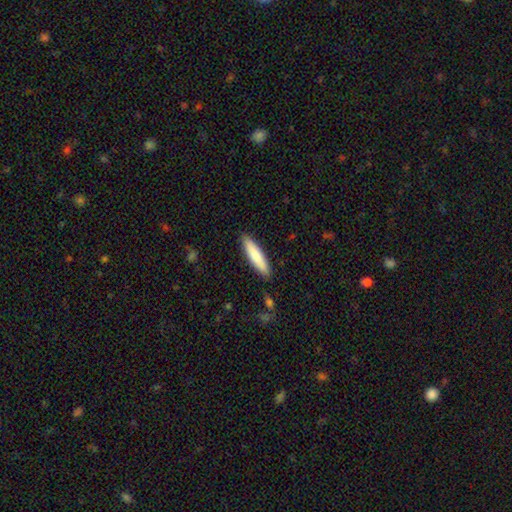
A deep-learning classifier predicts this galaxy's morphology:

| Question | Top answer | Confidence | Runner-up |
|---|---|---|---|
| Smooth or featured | smooth | 80% | featured or disk (15%) |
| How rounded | cigar-shaped | 80% | in between (19%) |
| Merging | none | 89% | minor disturbance (8%) |